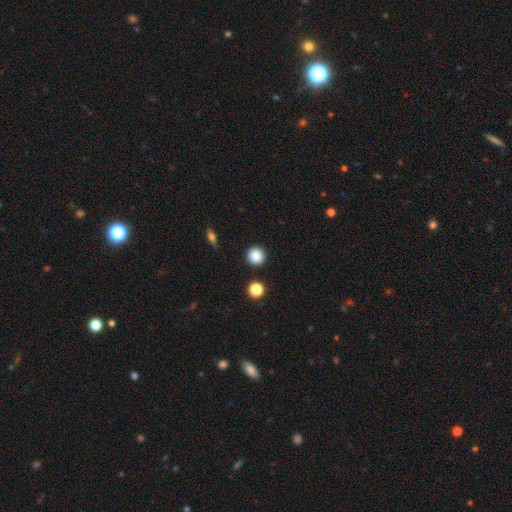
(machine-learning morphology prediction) smooth_or_featured: smooth (p=0.86) [alt: star or artifact p=0.10]
how_rounded: round (p=0.95) [alt: in between p=0.04]
merging: none (p=0.91) [alt: minor disturbance p=0.05]